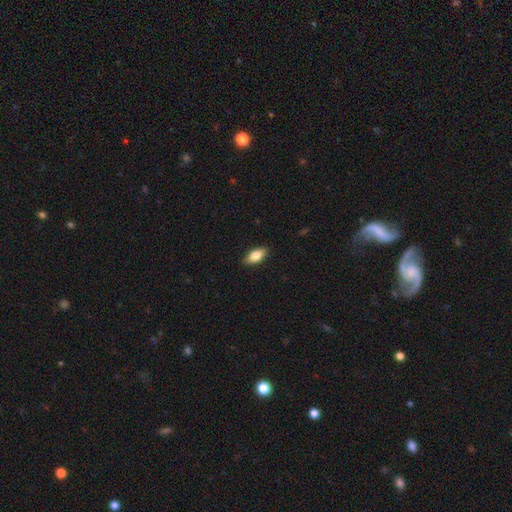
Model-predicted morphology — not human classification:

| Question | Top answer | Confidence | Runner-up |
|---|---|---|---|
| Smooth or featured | smooth | 79% | featured or disk (15%) |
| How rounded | in between | 87% | cigar-shaped (10%) |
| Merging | none | 88% | minor disturbance (9%) |